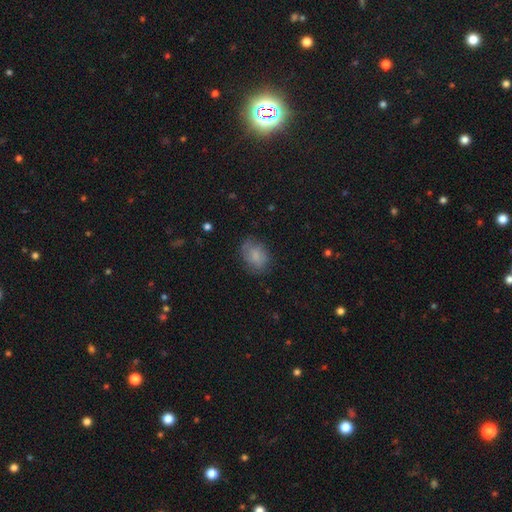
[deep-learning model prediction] The model was most divided on "merging": none: 68%, minor disturbance: 23%, major disturbance: 7%, merger: 1%. More confident: smooth or featured — smooth (76%); how rounded — in between (76%).